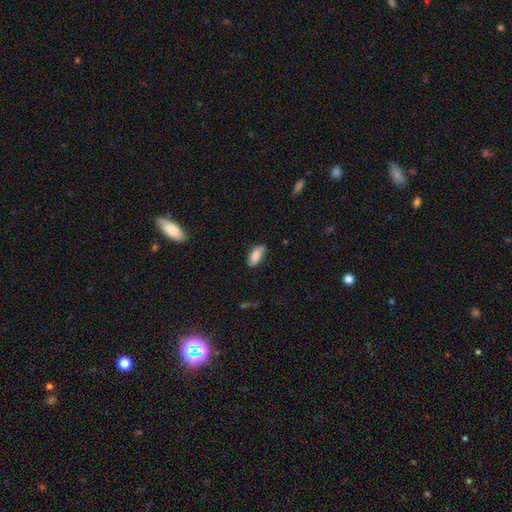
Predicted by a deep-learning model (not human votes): Smooth or featured: smooth — 85% (featured or disk — 9%)
How rounded: in between — 89% (cigar-shaped — 8%)
Merging: none — 77% (minor disturbance — 18%)